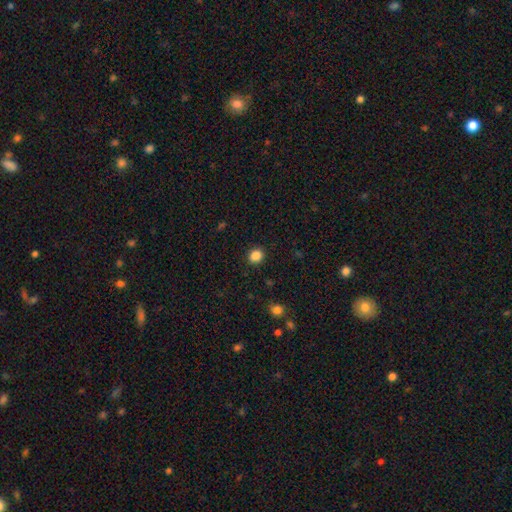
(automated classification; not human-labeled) The model was most divided on "how rounded": round: 72%, in between: 27%, cigar-shaped: 1%. More confident: merging — none (90%); smooth or featured — smooth (86%).